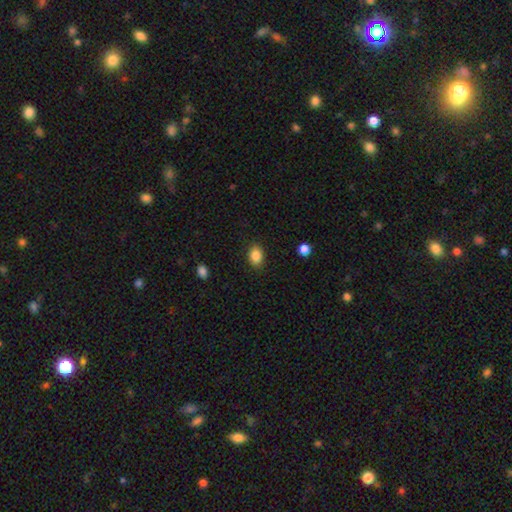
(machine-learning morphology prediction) smooth 87%, star or artifact 9%, featured or disk 4%. Down the decision tree: how rounded — in between (75%); merging — none (87%).